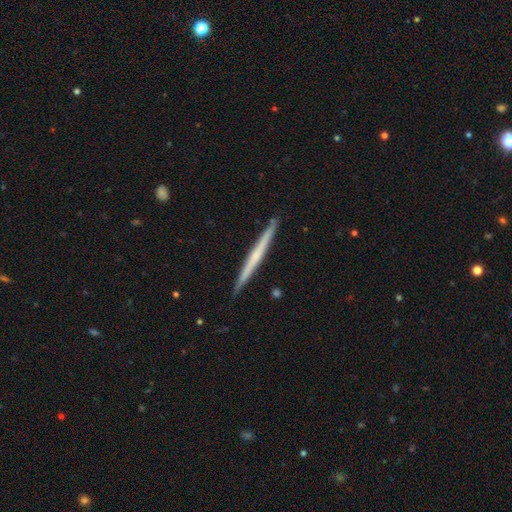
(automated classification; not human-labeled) Smooth or featured: featured or disk — 61% (smooth — 34%)
Edge-on disk: yes — 98% (no — 2%)
Edge-on bulge: none — 68% (rounded — 26%)
Merging: none — 92% (minor disturbance — 5%)